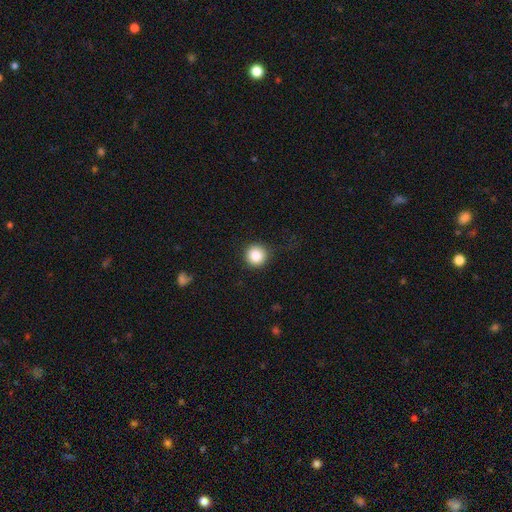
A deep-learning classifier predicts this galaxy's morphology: smooth-or-featured: smooth: 84% | star or artifact: 10% | featured or disk: 6%
  how-rounded: round: 95% | in between: 4% | cigar-shaped: 1%
  merging: none: 88% | minor disturbance: 8% | major disturbance: 3% | merger: 1%